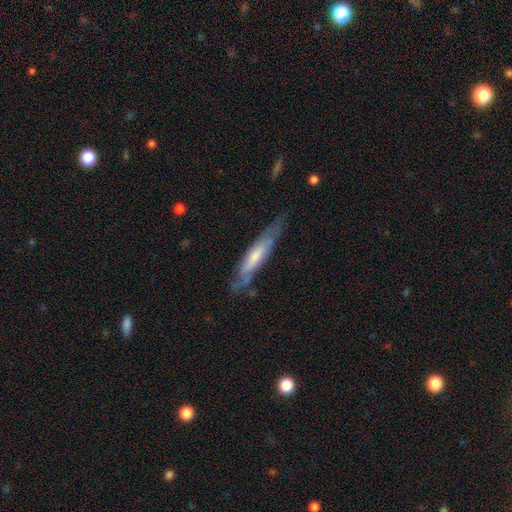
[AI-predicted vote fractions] A featured or disk galaxy (47%, tied with smooth). Merging: none (63%).